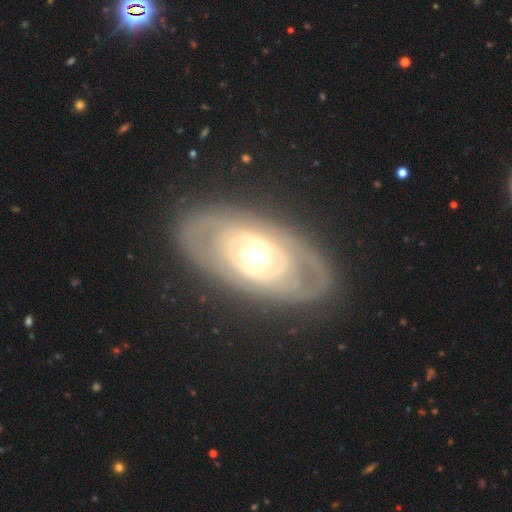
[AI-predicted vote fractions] Morphology: type=featured or disk (78%); edge-on=no (90%); bar=no (68%); spiral arms=yes (55%); bulge=moderate (66%); merging=none (81%).